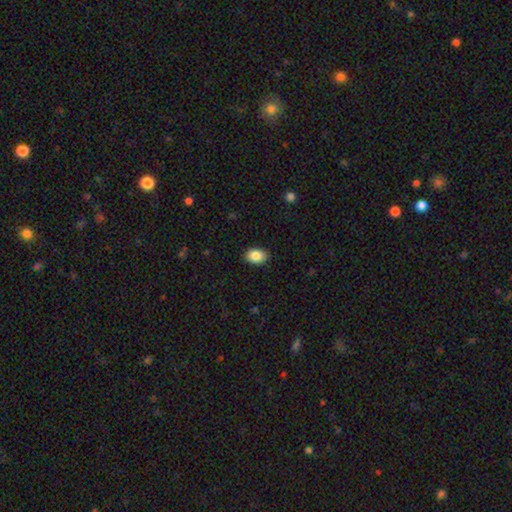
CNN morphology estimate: Q: Smooth or featured?
A: smooth (87%); runner-up: star or artifact (8%)
Q: How rounded?
A: in between (81%); runner-up: round (18%)
Q: Merging?
A: none (88%); runner-up: minor disturbance (9%)